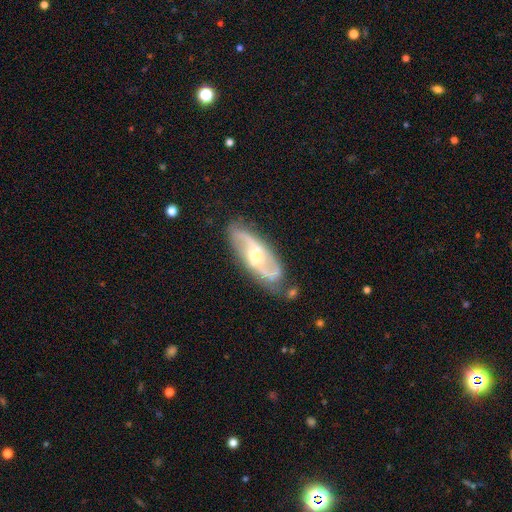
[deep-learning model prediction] Q: Smooth or featured?
A: featured or disk (83%); runner-up: smooth (12%)
Q: Edge-on disk?
A: no (90%); runner-up: yes (10%)
Q: Bar?
A: weak (43%); runner-up: no (42%)
Q: Spiral arms?
A: yes (93%); runner-up: no (7%)
Q: Spiral winding?
A: medium (46%); runner-up: loose (36%)
Q: Spiral arm count?
A: 2 (86%); runner-up: can't tell (8%)
Q: Bulge size?
A: moderate (61%); runner-up: small (32%)
Q: Merging?
A: none (75%); runner-up: minor disturbance (16%)